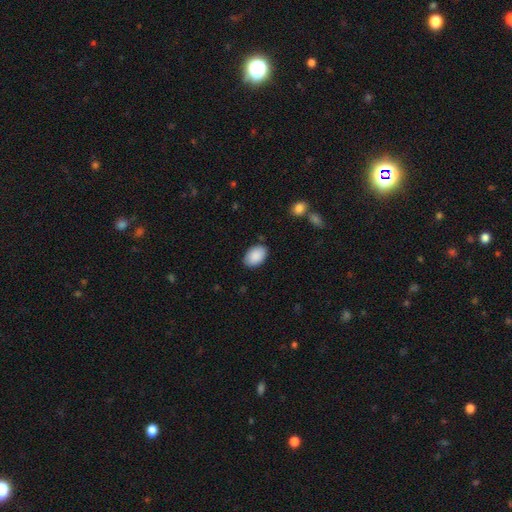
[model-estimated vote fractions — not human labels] A smooth galaxy with no disk features (90%) that is in between round and cigar-shaped (89%). Merging: none (85%).